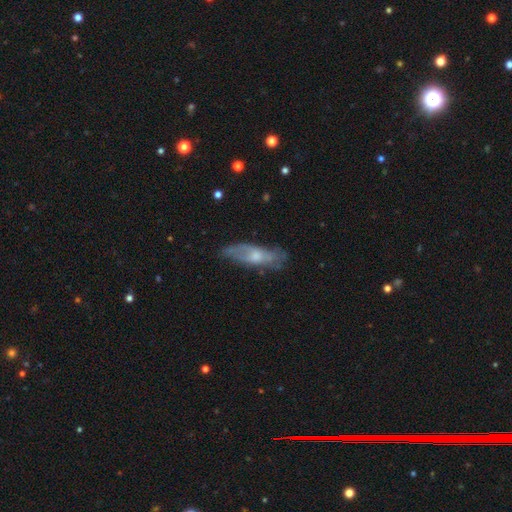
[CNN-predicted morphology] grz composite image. It shows a featured or disk galaxy (52%). Merging: none (58%).